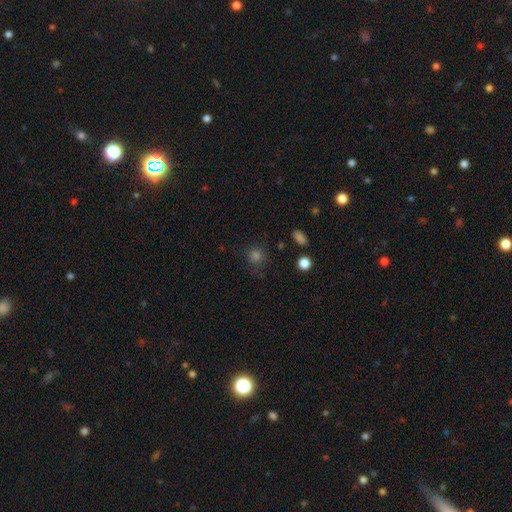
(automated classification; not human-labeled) Smooth or featured? Predicted: smooth (p=0.74). How rounded? Predicted: round (p=0.90). Merging? Predicted: none (p=0.79).